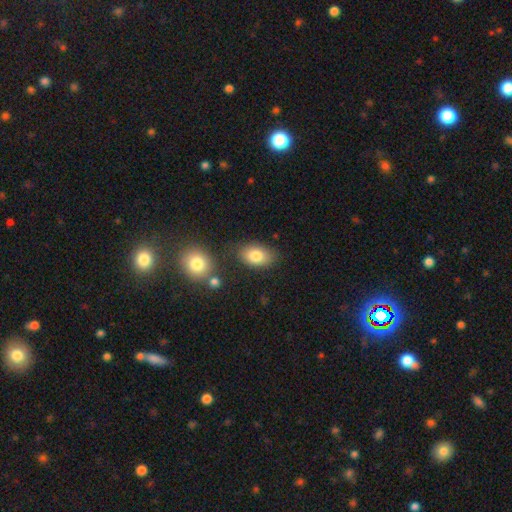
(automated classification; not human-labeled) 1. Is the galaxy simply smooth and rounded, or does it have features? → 82% smooth, 10% featured or disk, 8% star or artifact.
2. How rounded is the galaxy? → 86% in between, 12% round, 1% cigar-shaped.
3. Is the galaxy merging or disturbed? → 76% none, 14% minor disturbance, 6% merger, 4% major disturbance.